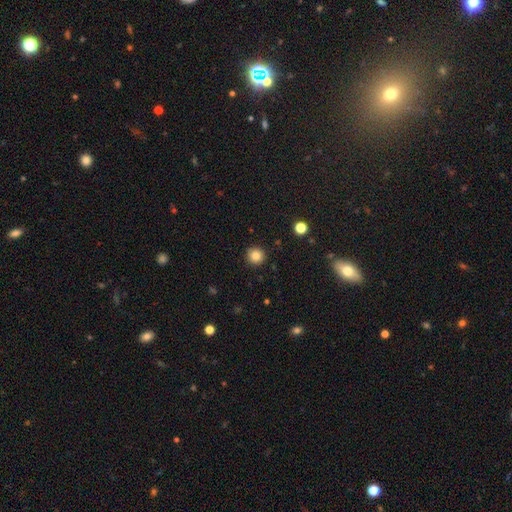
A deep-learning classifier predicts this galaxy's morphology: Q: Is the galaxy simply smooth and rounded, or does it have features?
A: smooth — 83%.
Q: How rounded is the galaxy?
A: round — 95%.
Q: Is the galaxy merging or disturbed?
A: none — 92%.